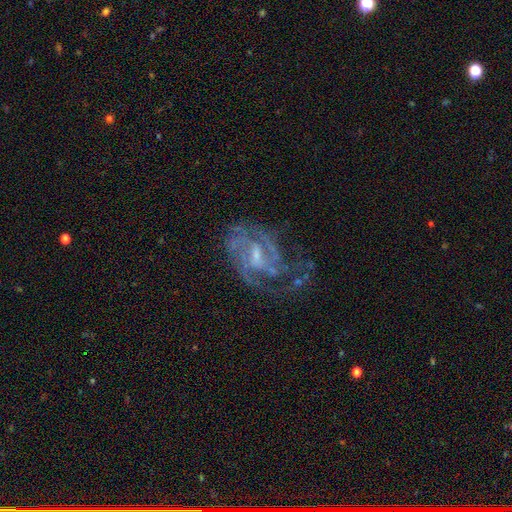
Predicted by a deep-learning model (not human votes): Morphology: type=featured or disk (87%); edge-on=no (97%); bar=weak (56%); spiral arms=yes (93%); winding=medium (47%); arm count=2 (38%); bulge=small (51%); merging=none (50%).